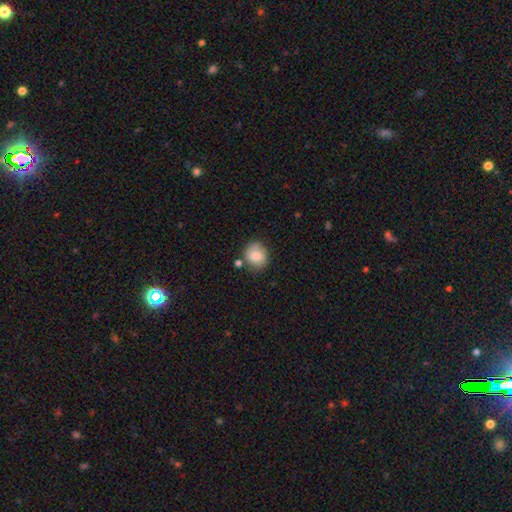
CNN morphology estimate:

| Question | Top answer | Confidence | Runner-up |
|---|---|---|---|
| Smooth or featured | smooth | 81% | featured or disk (10%) |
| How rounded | round | 76% | in between (23%) |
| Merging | none | 69% | minor disturbance (18%) |